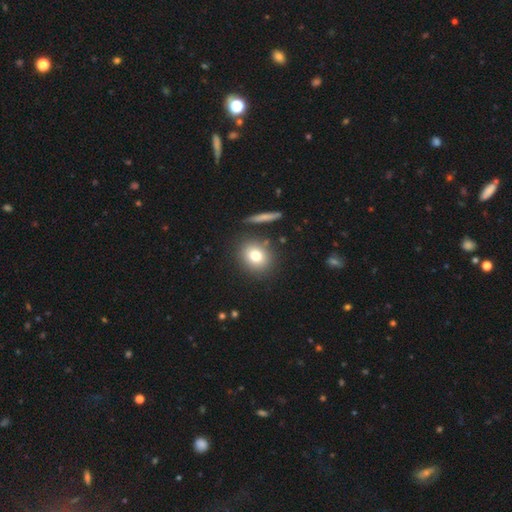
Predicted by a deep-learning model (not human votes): Smooth or featured? Predicted: smooth (p=0.77). How rounded? Predicted: round (p=0.75). Merging? Predicted: none (p=0.83).